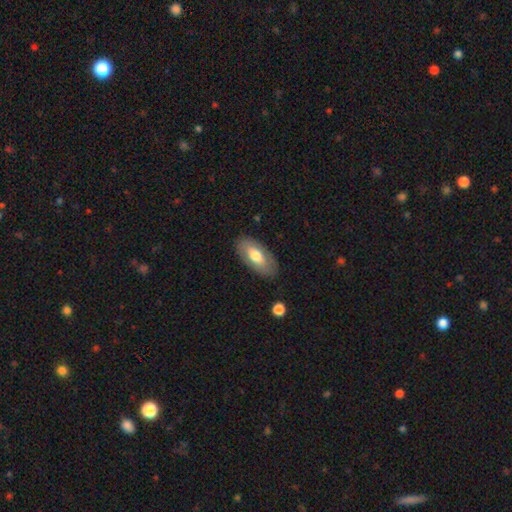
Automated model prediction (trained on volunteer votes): Smooth or featured? smooth (65%)
How rounded? in between (92%)
Merging? none (84%)